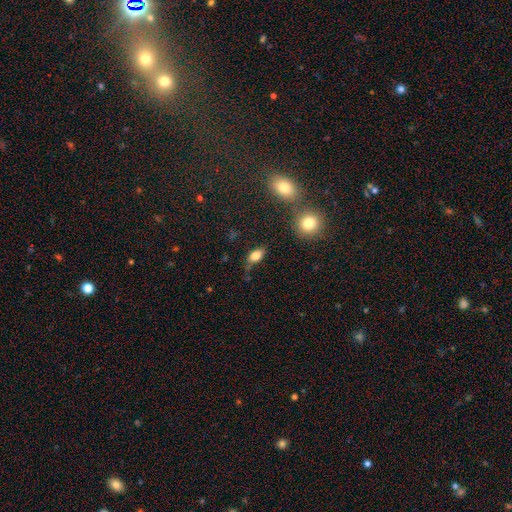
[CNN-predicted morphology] smooth_or_featured: smooth (p=0.79) [alt: featured or disk p=0.11]
how_rounded: in between (p=0.86) [alt: round p=0.08]
merging: none (p=0.66) [alt: minor disturbance p=0.22]